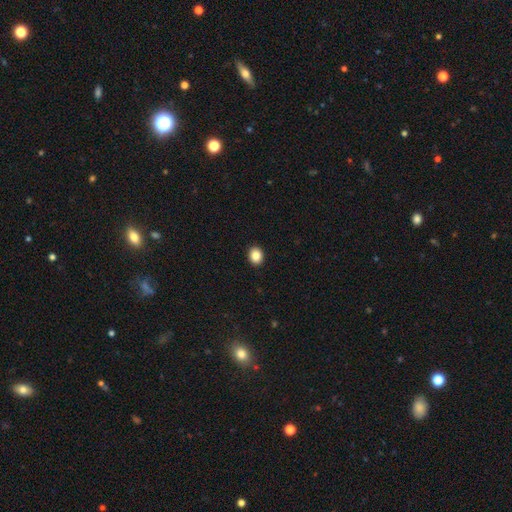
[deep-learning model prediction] smooth_or_featured: smooth (p=0.86) [alt: star or artifact p=0.09]
how_rounded: round (p=0.56) [alt: in between p=0.43]
merging: none (p=0.92) [alt: minor disturbance p=0.05]